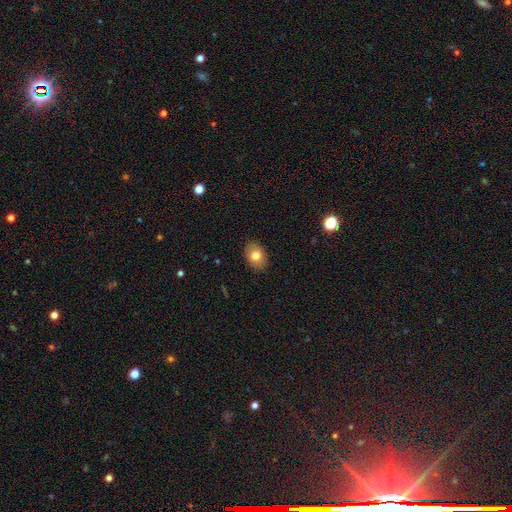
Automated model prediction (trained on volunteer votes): Q: Smooth or featured?
A: smooth (78%); runner-up: featured or disk (13%)
Q: How rounded?
A: in between (73%); runner-up: round (26%)
Q: Merging?
A: none (88%); runner-up: minor disturbance (9%)